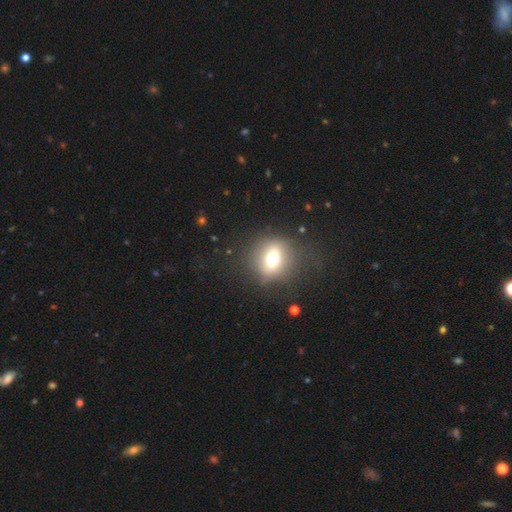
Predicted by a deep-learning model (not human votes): Smooth or featured?
  - smooth: 53% *
  - star or artifact: 33%
  - featured or disk: 14%
How rounded?
  - round: 66% *
  - in between: 32%
  - cigar-shaped: 2%
Merging?
  - none: 83% *
  - minor disturbance: 10%
  - major disturbance: 5%
  - merger: 2%